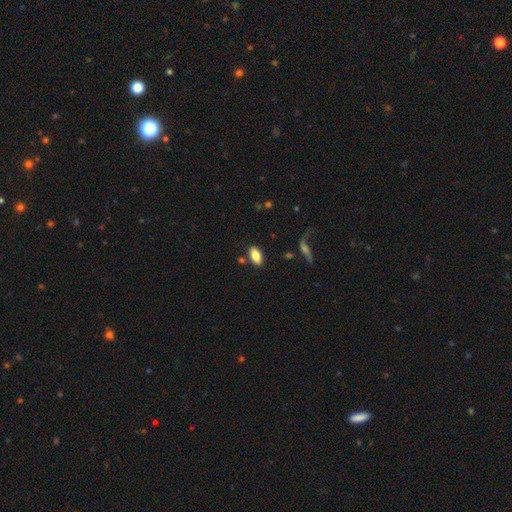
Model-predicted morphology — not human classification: This is likely a smooth galaxy (78%). How rounded: clearly in between (91%). Merging: clearly none (81%).